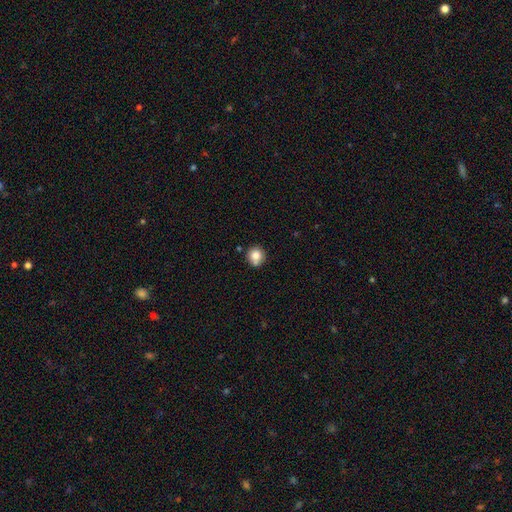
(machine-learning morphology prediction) smooth-or-featured: smooth: 80% | star or artifact: 10% | featured or disk: 9%
  how-rounded: round: 91% | in between: 8% | cigar-shaped: 1%
  merging: none: 70% | minor disturbance: 15% | merger: 12% | major disturbance: 4%